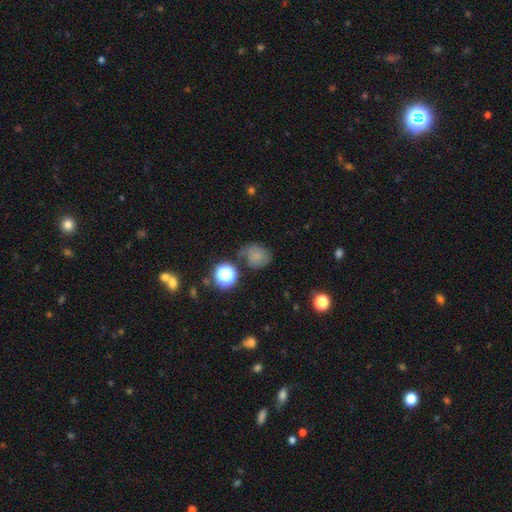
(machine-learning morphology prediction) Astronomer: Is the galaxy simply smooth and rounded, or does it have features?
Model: smooth — 62%.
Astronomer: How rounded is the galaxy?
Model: round — 62%.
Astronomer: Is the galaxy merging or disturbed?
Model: none — 58%.